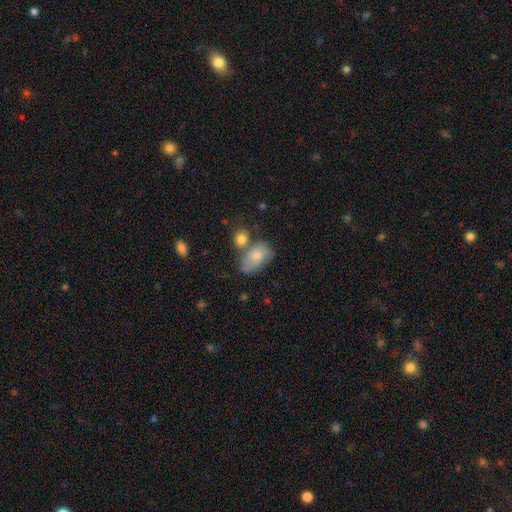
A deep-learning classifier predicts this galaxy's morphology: This appears to be a smooth galaxy with no disk features (77%) that is in between round and cigar-shaped (89%). Merging: none (44%).